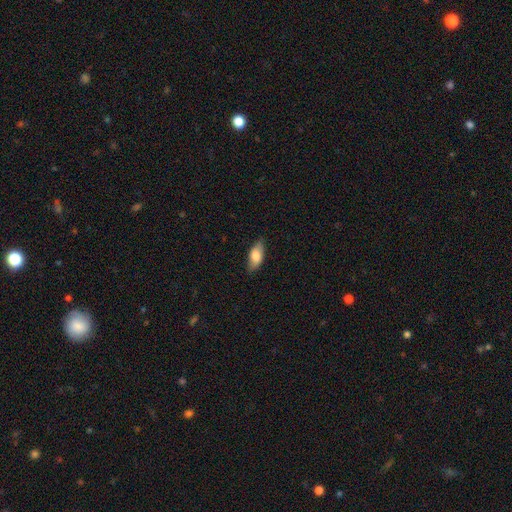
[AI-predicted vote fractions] A smooth galaxy with no disk features (75%) that is in between round and cigar-shaped (84%). Merging: none (82%).